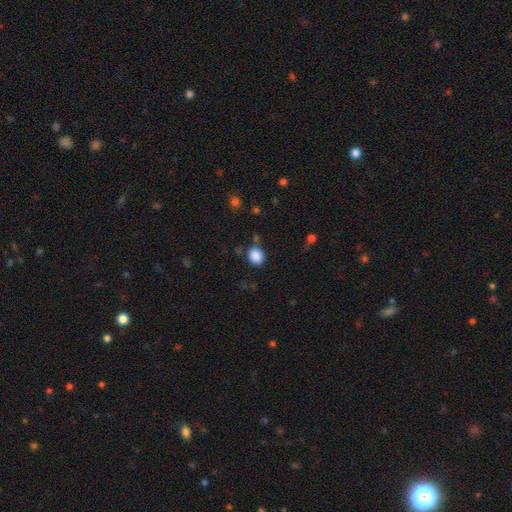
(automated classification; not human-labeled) This appears to be a smooth galaxy with no disk features (87%) that is round (76%). Merging: none (78%).